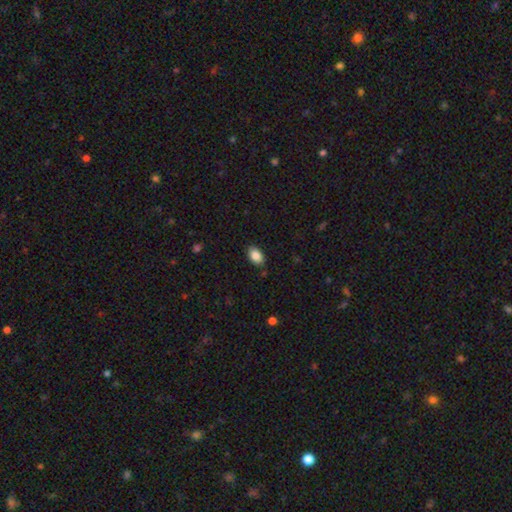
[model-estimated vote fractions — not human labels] A smooth galaxy with no disk features (88%) that is in between round and cigar-shaped (90%).

Vote fractions:
- Smooth or featured? smooth: 88% / star or artifact: 8% / featured or disk: 5%
- How rounded? in between: 90% / round: 9% / cigar-shaped: 1%
- Merging? none: 86% / minor disturbance: 10% / major disturbance: 2% / merger: 1%